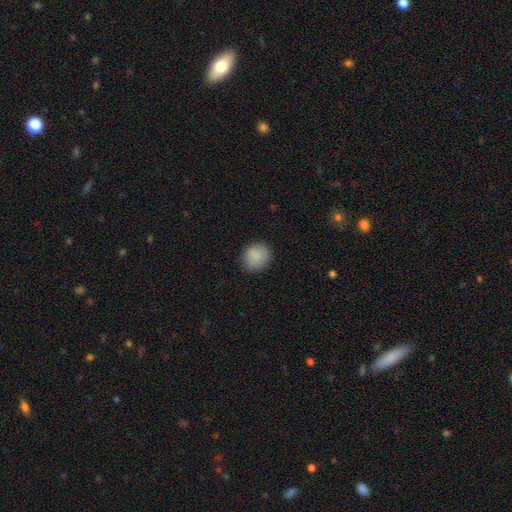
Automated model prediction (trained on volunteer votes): Overall: smooth (88%). How rounded: round (87%). Merging: none (88%).